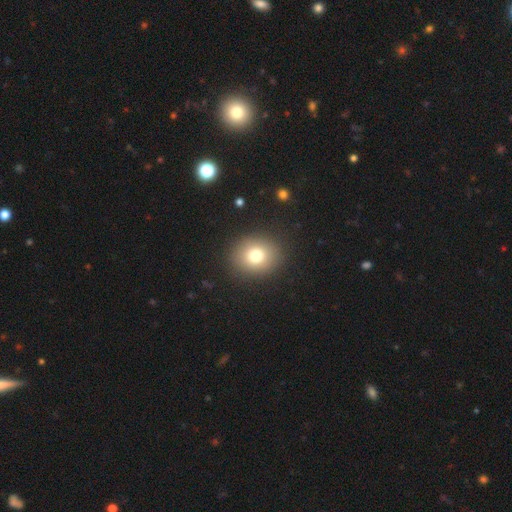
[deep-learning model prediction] This is likely a smooth galaxy (77%). How rounded: likely round (69%). Merging: clearly none (89%).